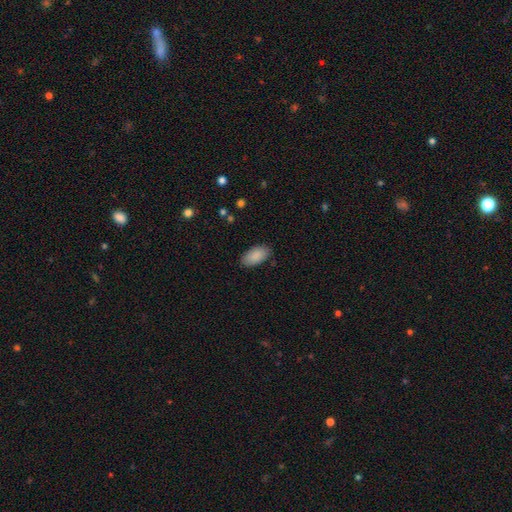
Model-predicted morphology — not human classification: A smooth galaxy with no disk features (89%) that is in between round and cigar-shaped (95%). Merging: none (86%).